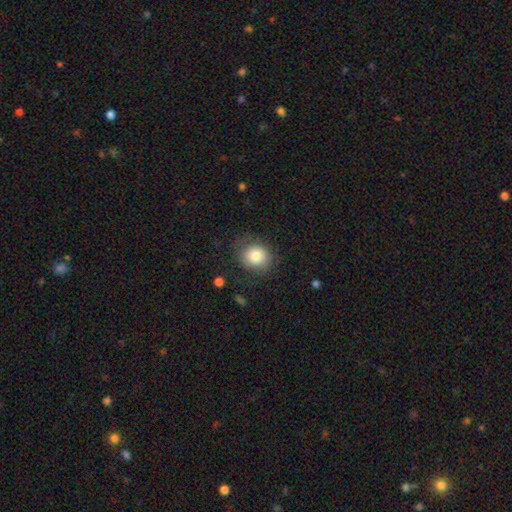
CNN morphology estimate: Overall: smooth (81%). How rounded: round (77%). Merging: none (77%).